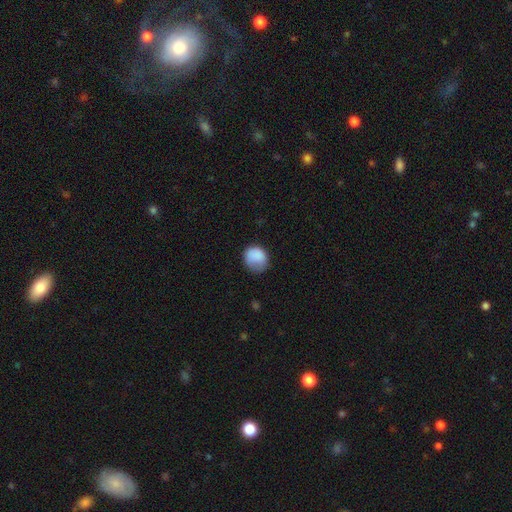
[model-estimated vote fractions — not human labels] This appears to be a smooth galaxy with no disk features (85%) that is round (74%). Merging: none (57%).